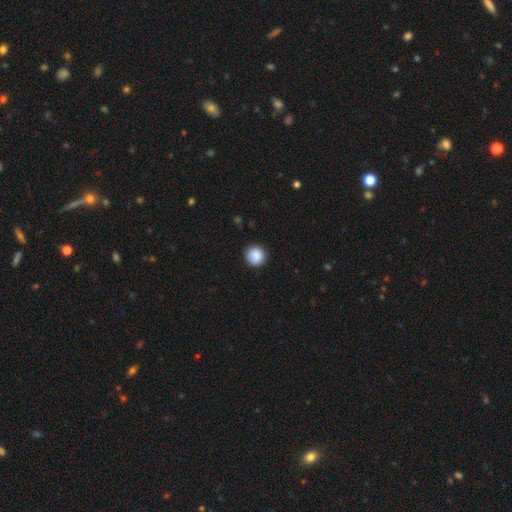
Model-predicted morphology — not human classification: This is clearly a smooth galaxy (89%). How rounded: clearly round (95%). Merging: clearly none (91%).